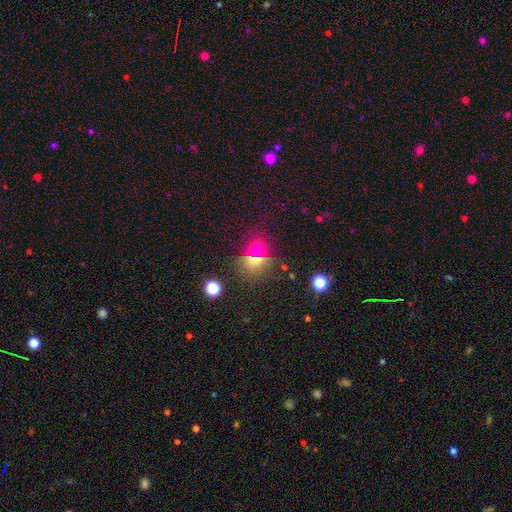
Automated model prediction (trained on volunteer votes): This is possibly a smooth galaxy (58%). How rounded: likely round (68%). Merging: possibly none (59%).